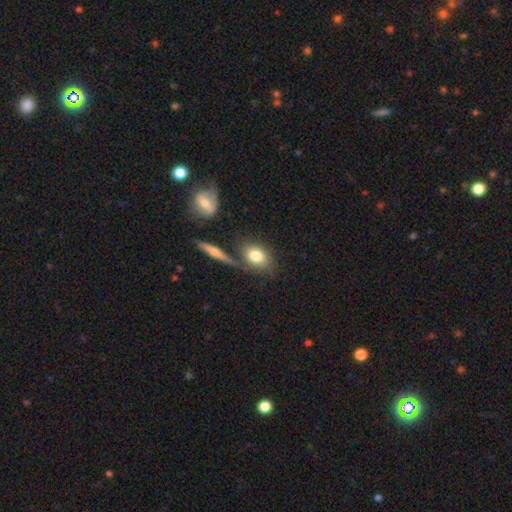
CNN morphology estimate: smooth-or-featured: smooth: 76% | featured or disk: 16% | star or artifact: 8%
  how-rounded: in between: 67% | round: 29% | cigar-shaped: 4%
  merging: none: 59% | merger: 20% | minor disturbance: 15% | major disturbance: 6%